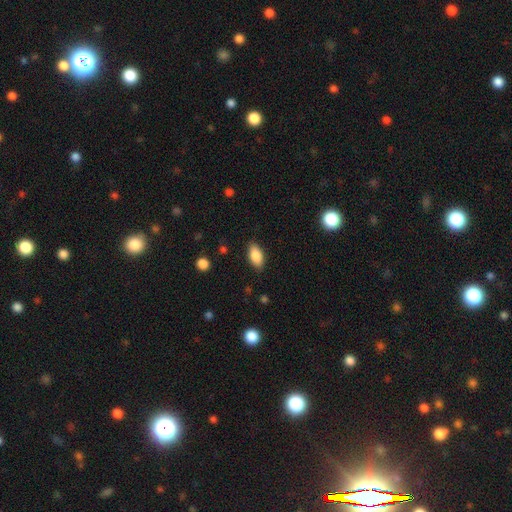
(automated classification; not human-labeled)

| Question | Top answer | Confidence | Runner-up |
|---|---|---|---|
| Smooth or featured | smooth | 85% | featured or disk (8%) |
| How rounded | in between | 91% | cigar-shaped (5%) |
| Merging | none | 86% | minor disturbance (11%) |